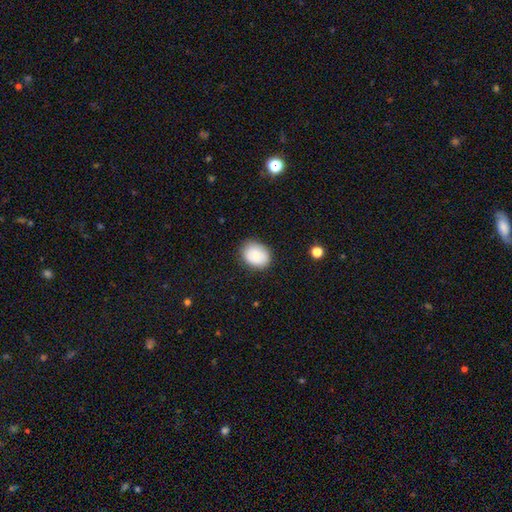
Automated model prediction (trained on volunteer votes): The model was most divided on "how rounded": in between: 58%, round: 41%, cigar-shaped: 1%. More confident: merging — none (82%); smooth or featured — smooth (79%).